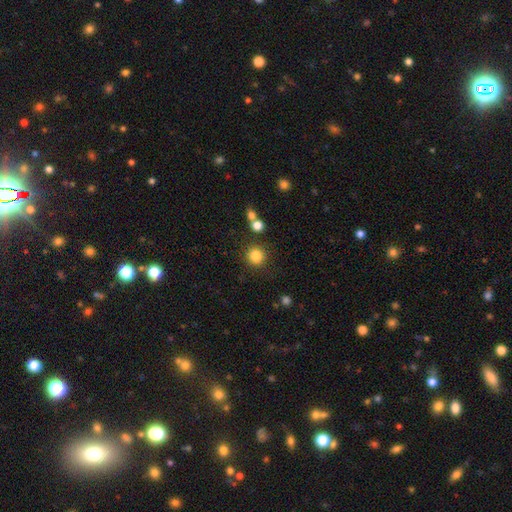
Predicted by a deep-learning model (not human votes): Smooth or featured? Predicted: smooth (p=0.83). How rounded? Predicted: round (p=0.94). Merging? Predicted: none (p=0.84).